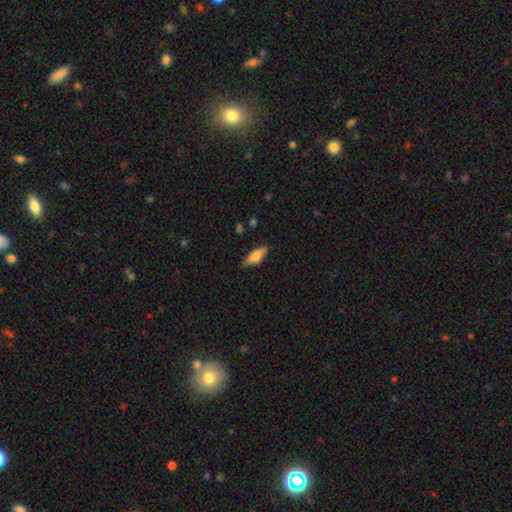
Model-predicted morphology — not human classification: smooth_or_featured: smooth (p=0.71) [alt: featured or disk p=0.23]
how_rounded: in between (p=0.57) [alt: cigar-shaped p=0.40]
merging: none (p=0.83) [alt: minor disturbance p=0.14]